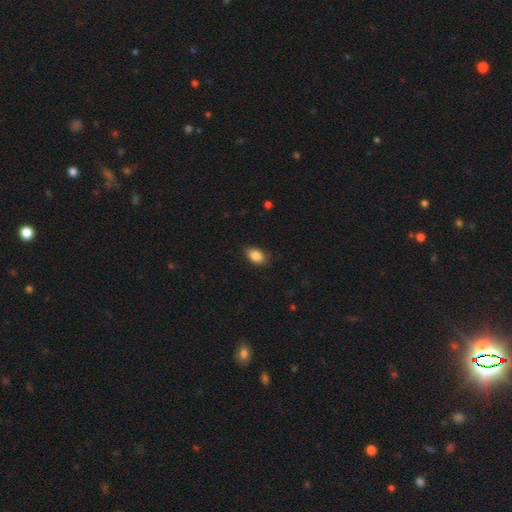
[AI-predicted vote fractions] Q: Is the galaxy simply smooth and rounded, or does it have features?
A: smooth — 86%.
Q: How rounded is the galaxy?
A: in between — 86%.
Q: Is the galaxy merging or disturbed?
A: none — 83%.